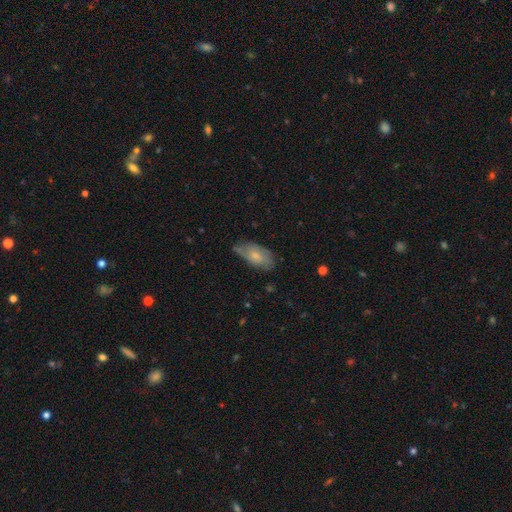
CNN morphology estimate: A smooth galaxy with no disk features (55%) that is in between round and cigar-shaped (90%). Merging: none (60%).